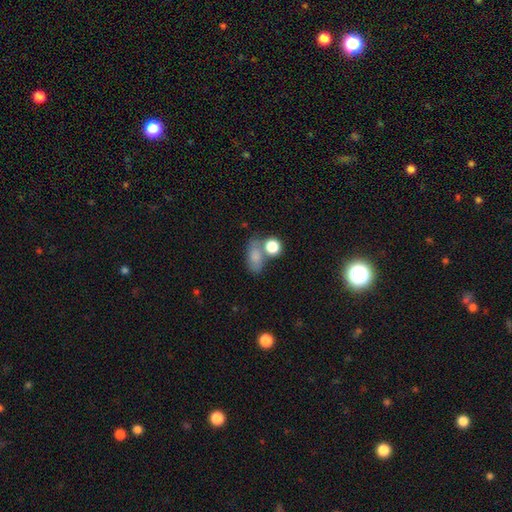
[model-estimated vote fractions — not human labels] A smooth galaxy with no disk features (78%) that is in between round and cigar-shaped (77%). Merging: none (45%).